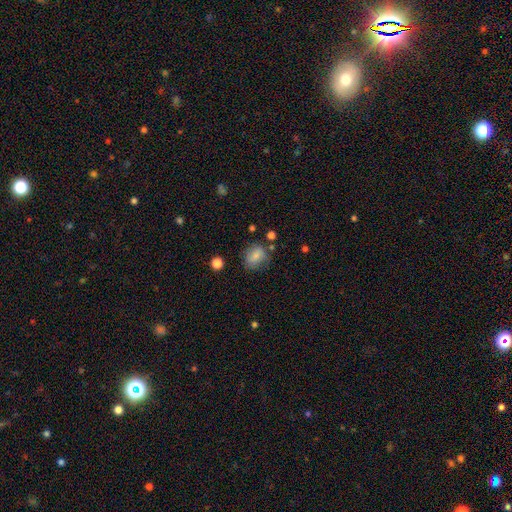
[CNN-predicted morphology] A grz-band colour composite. It shows a smooth galaxy with no disk features (78%) that is round (51%). Merging: none (70%).